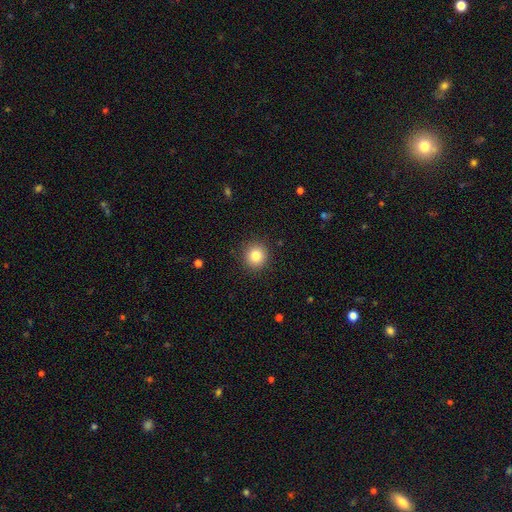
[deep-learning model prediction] This appears to be a smooth galaxy with no disk features (83%) that is round (92%). Merging: none (91%).